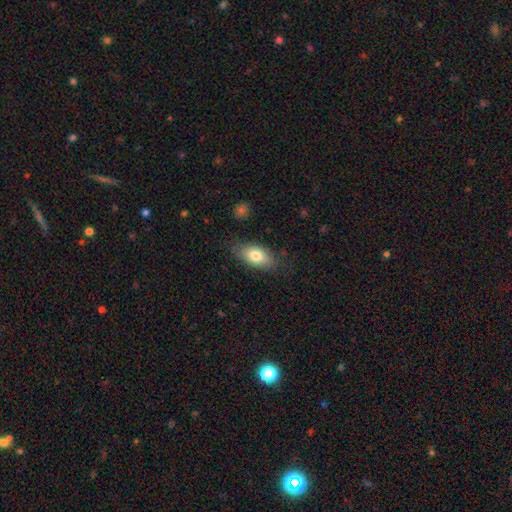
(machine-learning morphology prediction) Smooth or featured? smooth (77%)
How rounded? in between (89%)
Merging? none (78%)